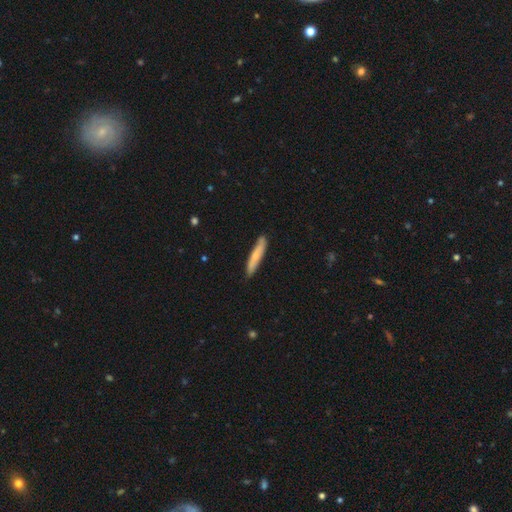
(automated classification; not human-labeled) Q: Smooth or featured?
A: smooth (67%); runner-up: featured or disk (28%)
Q: How rounded?
A: cigar-shaped (92%); runner-up: in between (7%)
Q: Merging?
A: none (85%); runner-up: minor disturbance (12%)